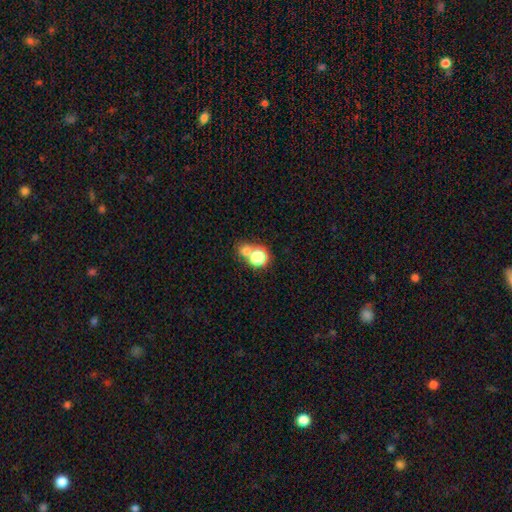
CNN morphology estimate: type=smooth (64%); roundness=round (78%); merging=none (51%).